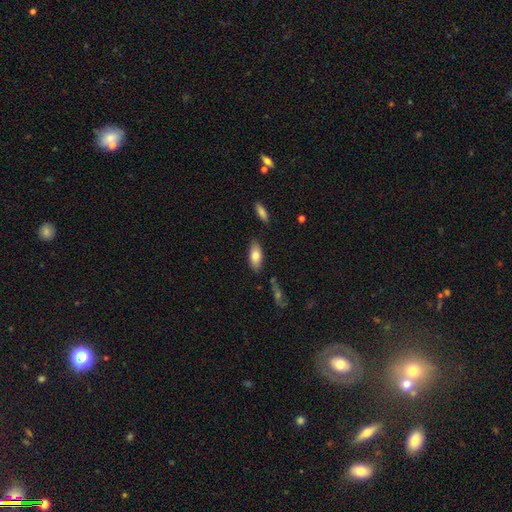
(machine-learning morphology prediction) Q: Smooth or featured?
A: smooth (77%); runner-up: featured or disk (17%)
Q: How rounded?
A: in between (87%); runner-up: cigar-shaped (11%)
Q: Merging?
A: none (82%); runner-up: minor disturbance (12%)